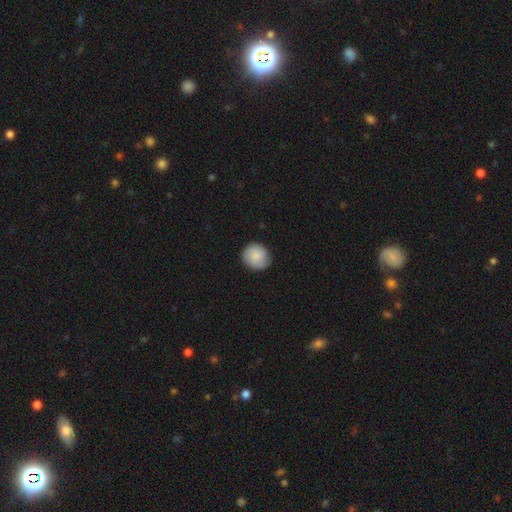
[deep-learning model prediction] A smooth galaxy with no disk features (81%) that is round (89%).

Vote fractions:
- Smooth or featured? smooth: 81% / featured or disk: 13% / star or artifact: 6%
- How rounded? round: 89% / in between: 10% / cigar-shaped: 1%
- Merging? none: 84% / minor disturbance: 12% / major disturbance: 2% / merger: 1%